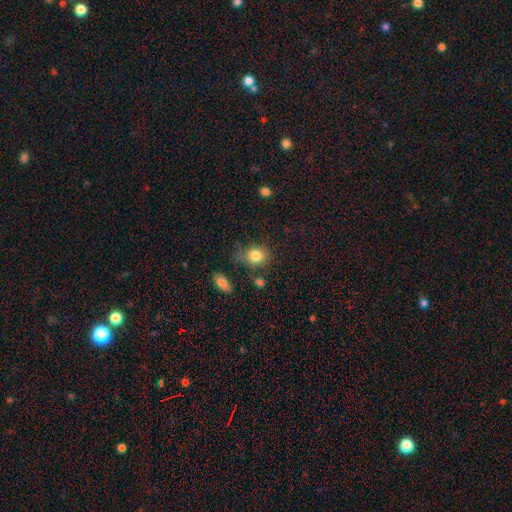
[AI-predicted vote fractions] Smooth or featured: smooth — 83% (star or artifact — 10%)
How rounded: round — 63% (in between — 36%)
Merging: none — 66% (minor disturbance — 21%)